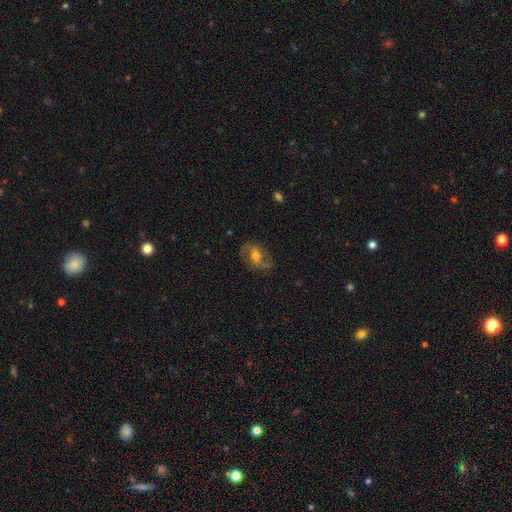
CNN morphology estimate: Q: Smooth or featured?
A: featured or disk (75%); runner-up: smooth (17%)
Q: Edge-on disk?
A: no (96%); runner-up: yes (4%)
Q: Bar?
A: weak (45%); runner-up: no (35%)
Q: Spiral arms?
A: yes (89%); runner-up: no (11%)
Q: Spiral winding?
A: medium (50%); runner-up: loose (33%)
Q: Spiral arm count?
A: 2 (89%); runner-up: can't tell (5%)
Q: Bulge size?
A: moderate (68%); runner-up: small (20%)
Q: Merging?
A: none (78%); runner-up: minor disturbance (14%)